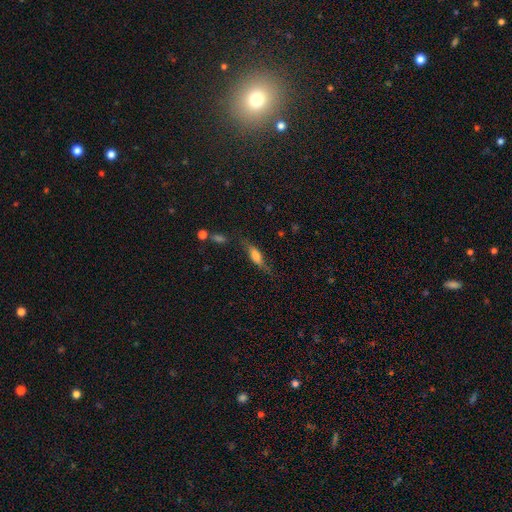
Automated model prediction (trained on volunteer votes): Morphology: type=smooth (54%); roundness=in between (49%); merging=none (60%).